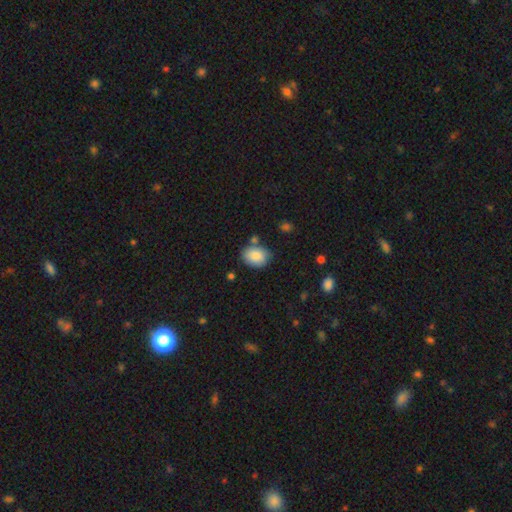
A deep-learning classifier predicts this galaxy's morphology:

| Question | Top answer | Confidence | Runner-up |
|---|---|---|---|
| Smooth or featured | smooth | 86% | star or artifact (7%) |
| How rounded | in between | 64% | round (35%) |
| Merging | none | 72% | minor disturbance (16%) |